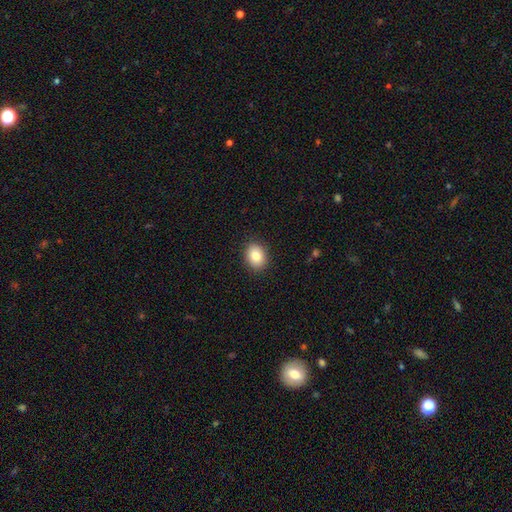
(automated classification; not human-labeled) Smooth or featured? Predicted: smooth (p=0.84). How rounded? Predicted: in between (p=0.63). Merging? Predicted: none (p=0.89).